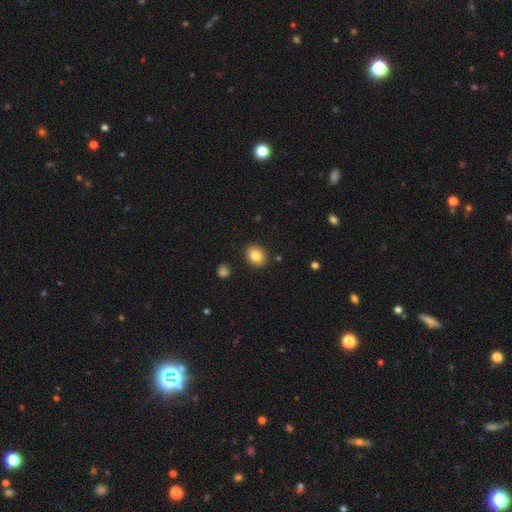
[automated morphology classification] This is clearly a smooth galaxy (83%). How rounded: possibly round (55%). Merging: clearly none (89%).